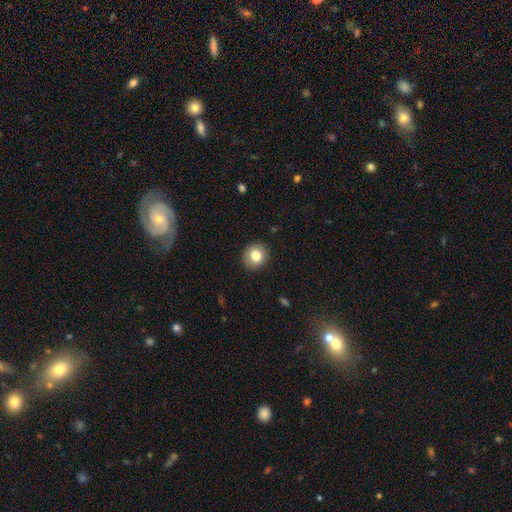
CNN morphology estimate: smooth 82%, featured or disk 9%, star or artifact 9%. Down the decision tree: how rounded — round (84%); merging — none (90%).